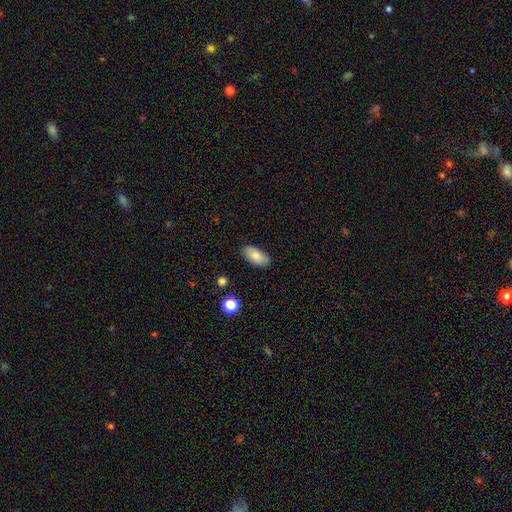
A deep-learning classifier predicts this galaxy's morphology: This is clearly a smooth galaxy (83%). How rounded: clearly in between (93%). Merging: clearly none (83%).